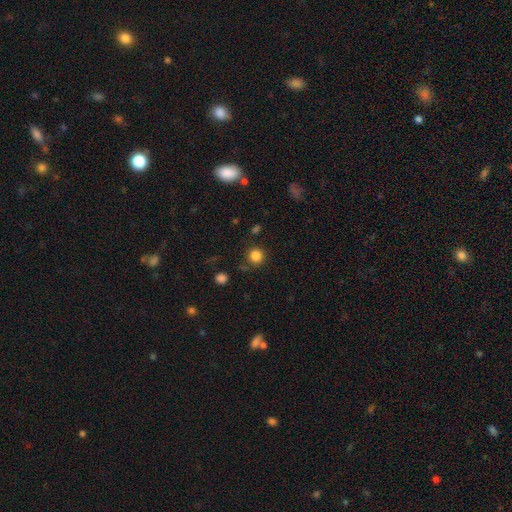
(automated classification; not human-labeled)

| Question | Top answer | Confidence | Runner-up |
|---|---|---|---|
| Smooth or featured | smooth | 83% | star or artifact (12%) |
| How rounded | round | 94% | in between (5%) |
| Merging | none | 84% | minor disturbance (9%) |